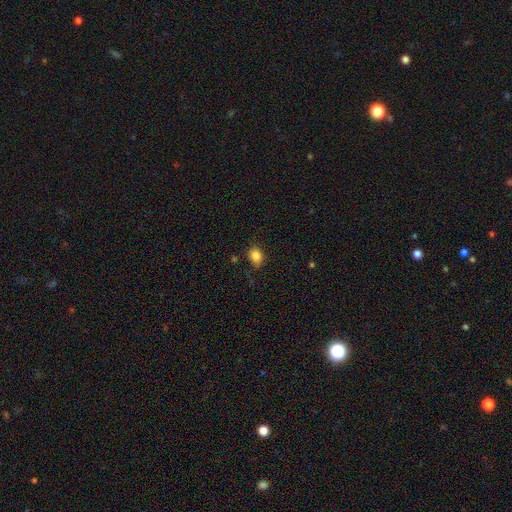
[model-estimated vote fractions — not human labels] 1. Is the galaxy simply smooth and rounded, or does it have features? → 84% smooth, 10% star or artifact, 5% featured or disk.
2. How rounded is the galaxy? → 56% in between, 43% round, 1% cigar-shaped.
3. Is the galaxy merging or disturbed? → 82% none, 14% minor disturbance, 3% major disturbance, 2% merger.